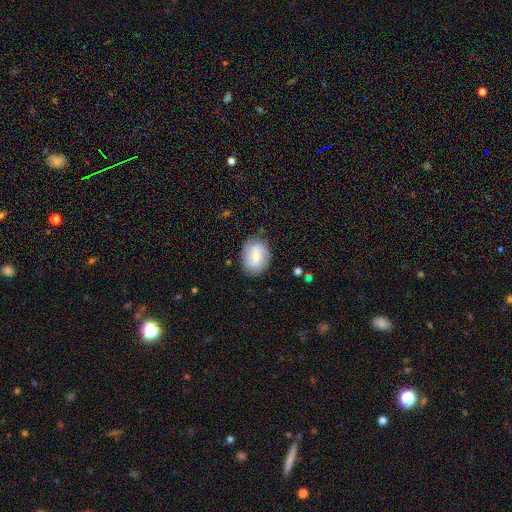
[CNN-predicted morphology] A featured or disk galaxy (54%) with no bar (49%), spiral arms (83%) and a small central bulge (52%). Merging: none (80%).